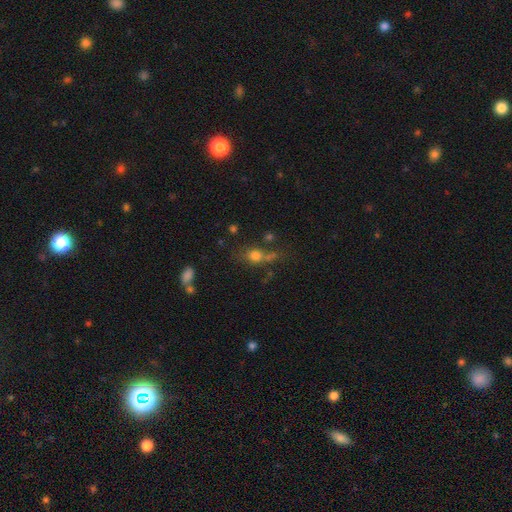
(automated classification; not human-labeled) Smooth or featured: smooth — 73% (star or artifact — 16%)
How rounded: round — 64% (in between — 33%)
Merging: none — 52% (merger — 21%)